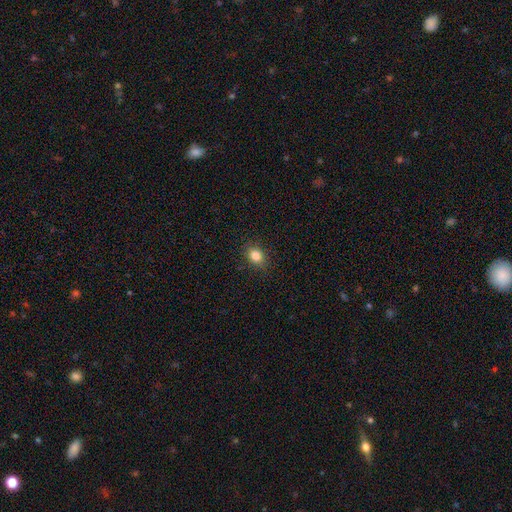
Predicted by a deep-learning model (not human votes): Morphology: type=smooth (83%); roundness=in between (57%); merging=none (87%).